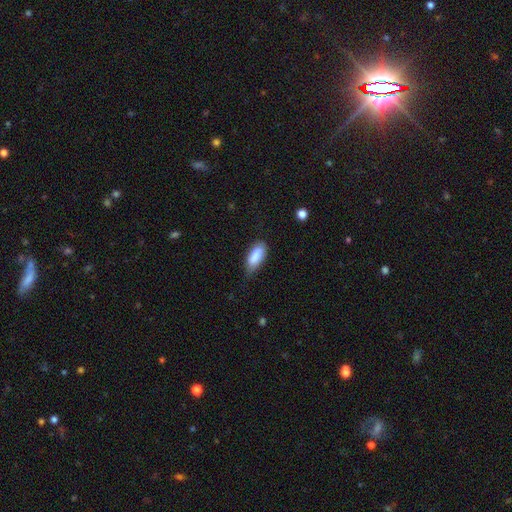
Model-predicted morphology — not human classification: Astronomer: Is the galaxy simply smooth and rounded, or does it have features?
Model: smooth — 85%.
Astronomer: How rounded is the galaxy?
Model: in between — 79%.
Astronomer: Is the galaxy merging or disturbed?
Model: none — 59%.